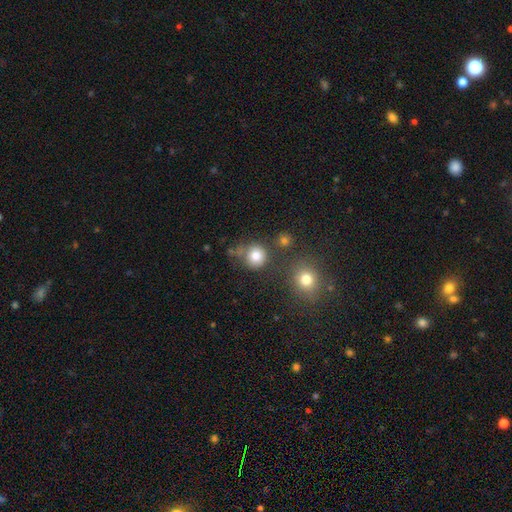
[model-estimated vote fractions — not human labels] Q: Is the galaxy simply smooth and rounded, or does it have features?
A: smooth — 80%.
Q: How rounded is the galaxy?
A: round — 90%.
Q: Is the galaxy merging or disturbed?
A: none — 70%.